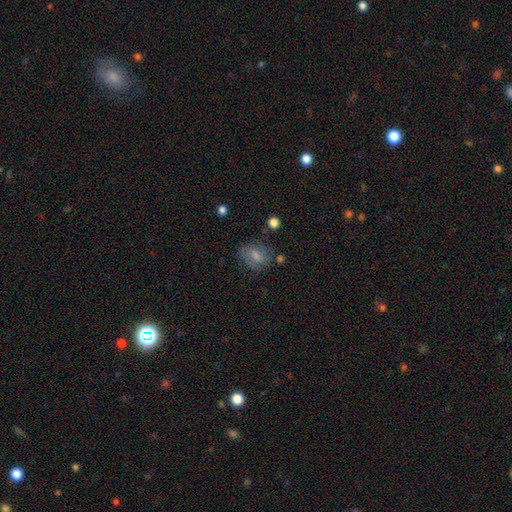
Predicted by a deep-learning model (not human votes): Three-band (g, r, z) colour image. It shows a smooth galaxy with no disk features (69%) that is in between round and cigar-shaped (67%). Merging: none (65%).